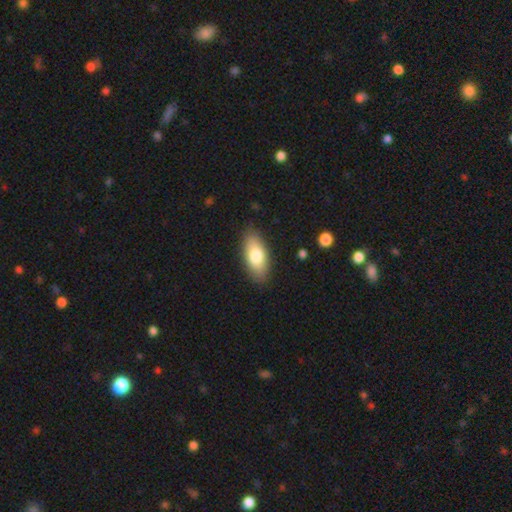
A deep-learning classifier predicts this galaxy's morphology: Smooth or featured? Predicted: smooth (p=0.78). How rounded? Predicted: in between (p=0.86). Merging? Predicted: none (p=0.86).